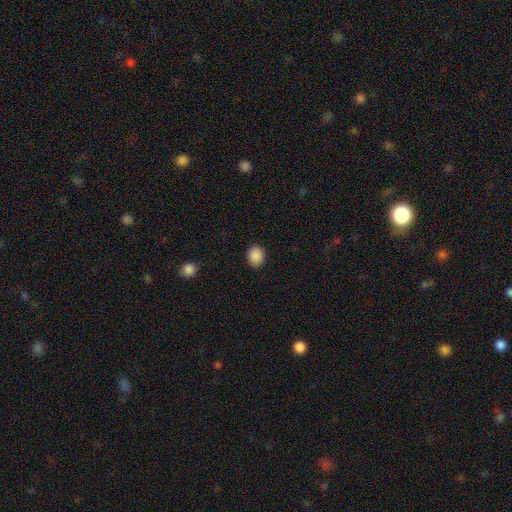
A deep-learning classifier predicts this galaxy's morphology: Smooth or featured: smooth — 88% (star or artifact — 9%)
How rounded: round — 52% (in between — 47%)
Merging: none — 88% (minor disturbance — 9%)